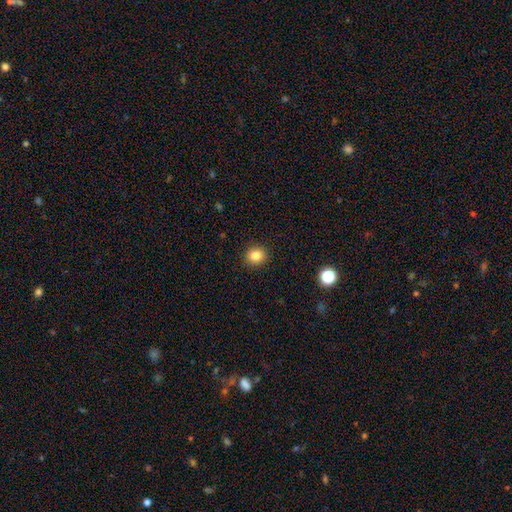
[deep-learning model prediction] smooth 84%, star or artifact 11%, featured or disk 5%. Down the decision tree: how rounded — round (79%); merging — none (91%).